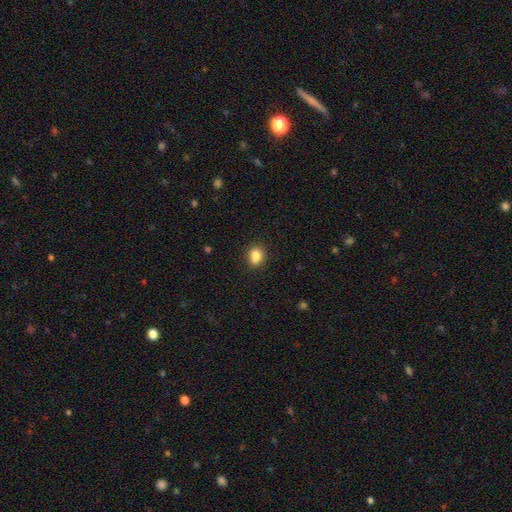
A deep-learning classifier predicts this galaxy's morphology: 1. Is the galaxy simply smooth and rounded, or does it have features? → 86% smooth, 10% star or artifact, 5% featured or disk.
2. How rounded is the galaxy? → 62% in between, 36% round, 2% cigar-shaped.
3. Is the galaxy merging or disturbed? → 81% none, 13% minor disturbance, 3% merger, 3% major disturbance.